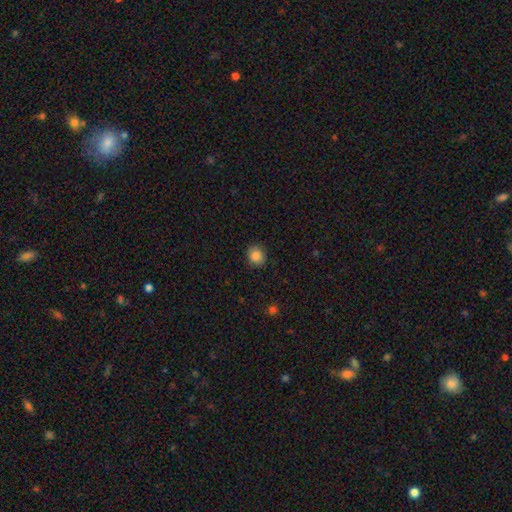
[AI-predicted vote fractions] smooth 86%, star or artifact 10%, featured or disk 4%. Down the decision tree: how rounded — round (69%); merging — none (88%).